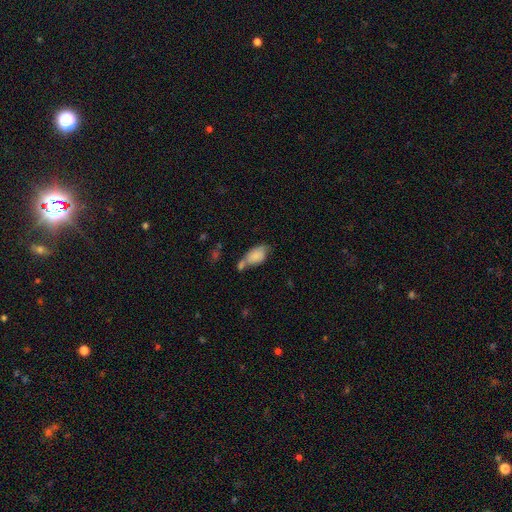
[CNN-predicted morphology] The model was most divided on "merging": merger: 37%, none: 31%, minor disturbance: 22%, major disturbance: 10%. More confident: how rounded — in between (90%); smooth or featured — smooth (78%).